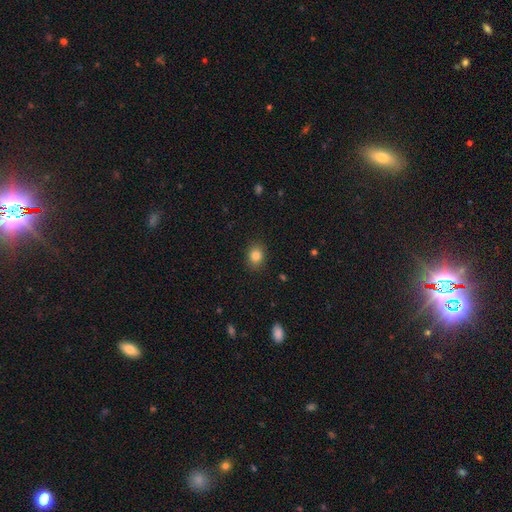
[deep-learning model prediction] The model was most divided on "how rounded": round: 56%, in between: 44%, cigar-shaped: 1%. More confident: merging — none (89%); smooth or featured — smooth (83%).